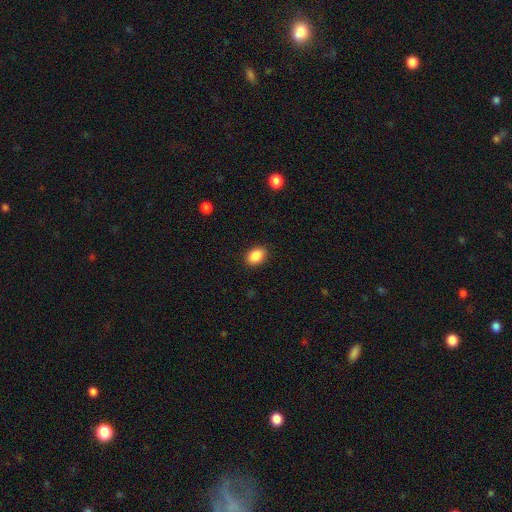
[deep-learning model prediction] smooth 89%, star or artifact 8%, featured or disk 4%. Down the decision tree: how rounded — in between (79%); merging — none (89%).